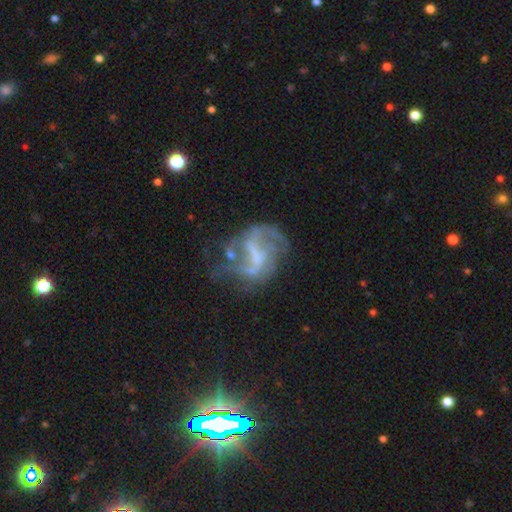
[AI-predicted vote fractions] smooth-or-featured: featured or disk: 78% | smooth: 12% | star or artifact: 10%
  disk-edge-on: no: 97% | yes: 3%
    bar: weak: 44% | strong: 33% | no: 23%
    has-spiral-arms: yes: 77% | no: 23%
      spiral-winding: loose: 49% | medium: 37% | tight: 14%
      spiral-arm-count: 2: 55% | can't tell: 22% | 3: 10% | 1: 7% | 4: 4% | more than 4: 3%
    bulge-size: none: 51% | small: 24% | moderate: 20% | large: 4% | dominant: 1%
  merging: none: 40% | major disturbance: 32% | minor disturbance: 20% | merger: 8%